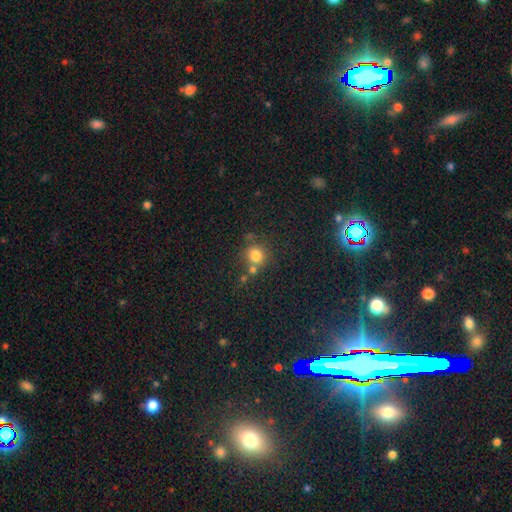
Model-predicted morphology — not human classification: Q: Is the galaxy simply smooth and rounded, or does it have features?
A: smooth — 78%.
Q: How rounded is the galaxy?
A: round — 87%.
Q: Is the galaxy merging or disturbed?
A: none — 63%.